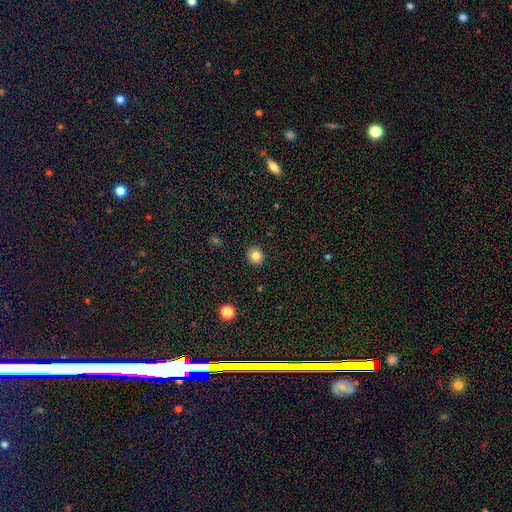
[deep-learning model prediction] Q: Smooth or featured?
A: smooth (81%); runner-up: star or artifact (11%)
Q: How rounded?
A: round (78%); runner-up: in between (21%)
Q: Merging?
A: none (91%); runner-up: minor disturbance (6%)